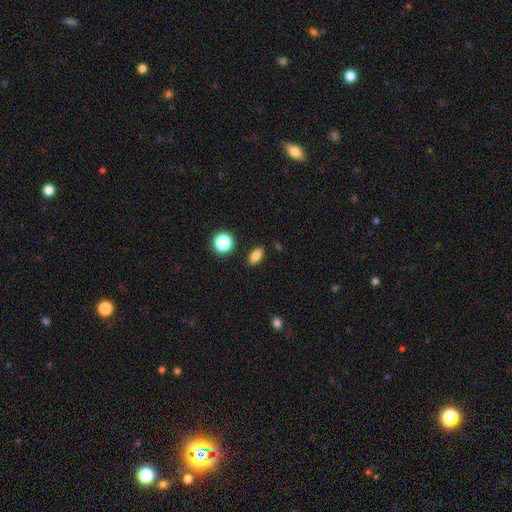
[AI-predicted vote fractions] This is clearly a smooth galaxy (81%). How rounded: clearly in between (82%). Merging: clearly none (86%).